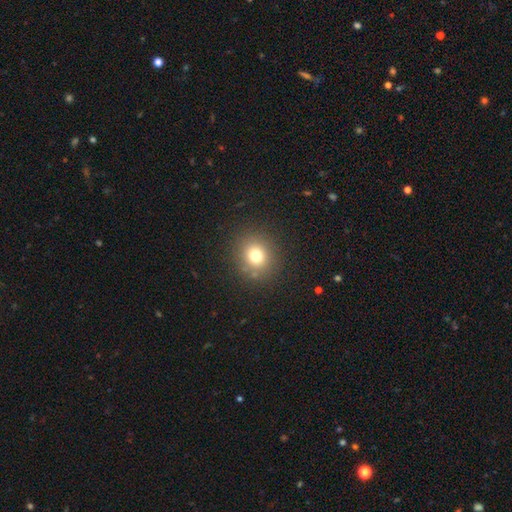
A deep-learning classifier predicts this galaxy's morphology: This appears to be a smooth galaxy with no disk features (75%) that is round (81%). Merging: none (86%).